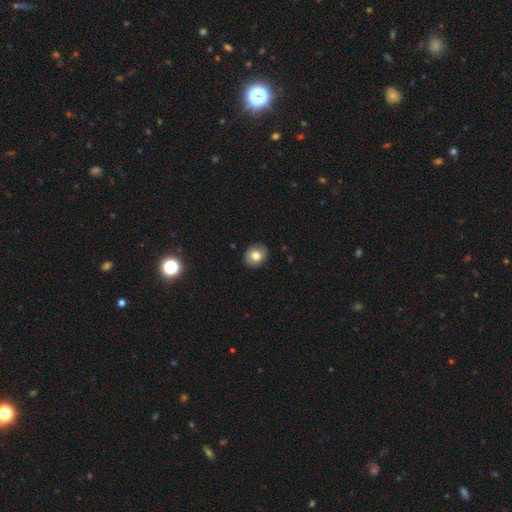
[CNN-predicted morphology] A smooth galaxy with no disk features (78%) that is round (75%).

Vote fractions:
- Smooth or featured? smooth: 78% / featured or disk: 13% / star or artifact: 9%
- How rounded? round: 75% / in between: 24% / cigar-shaped: 1%
- Merging? none: 90% / minor disturbance: 8% / major disturbance: 2% / merger: 1%